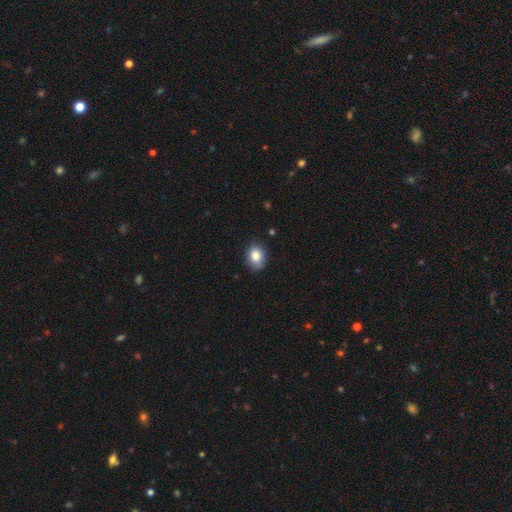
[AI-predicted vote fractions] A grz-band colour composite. It shows a smooth galaxy with no disk features (84%) that is in between round and cigar-shaped (58%). Merging: none (78%).